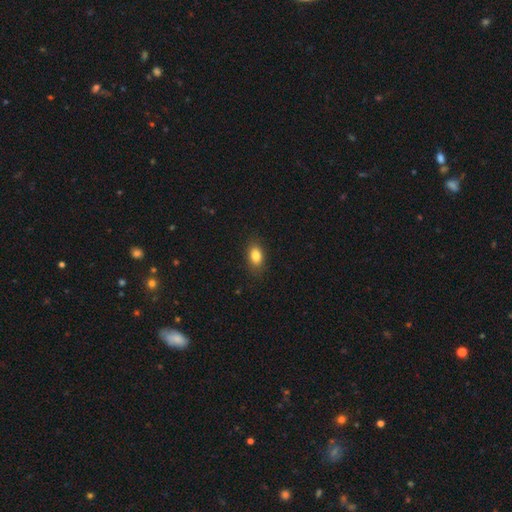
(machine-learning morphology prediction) Smooth or featured: smooth — 84% (star or artifact — 9%)
How rounded: in between — 85% (round — 12%)
Merging: none — 85% (minor disturbance — 11%)